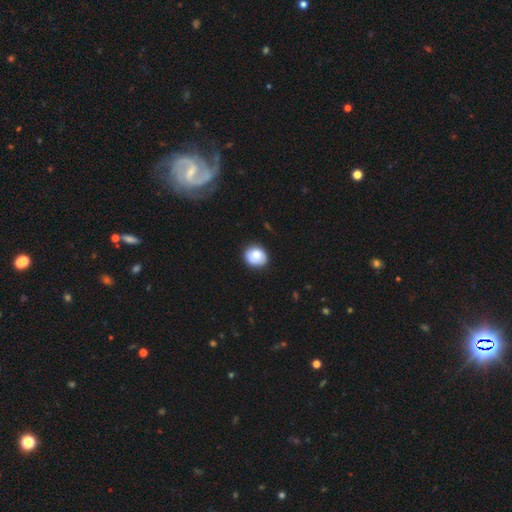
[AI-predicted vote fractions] smooth 83%, featured or disk 10%, star or artifact 7%. Down the decision tree: how rounded — round (68%); merging — none (80%).